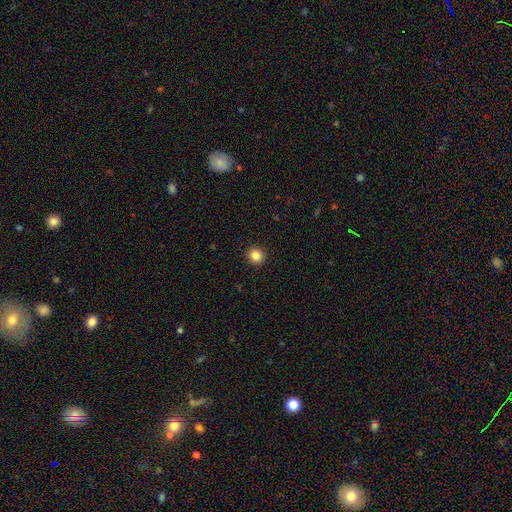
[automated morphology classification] A smooth galaxy with no disk features (84%) that is round (89%).

Vote fractions:
- Smooth or featured? smooth: 84% / star or artifact: 11% / featured or disk: 5%
- How rounded? round: 89% / in between: 10% / cigar-shaped: 1%
- Merging? none: 93% / minor disturbance: 5% / major disturbance: 2% / merger: 1%